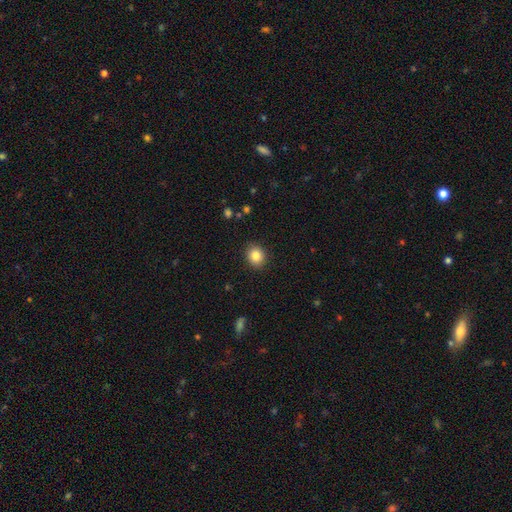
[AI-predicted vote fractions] Smooth or featured?
  - smooth: 85% *
  - star or artifact: 9%
  - featured or disk: 6%
How rounded?
  - round: 68% *
  - in between: 31%
  - cigar-shaped: 1%
Merging?
  - none: 89% *
  - minor disturbance: 8%
  - major disturbance: 2%
  - merger: 1%